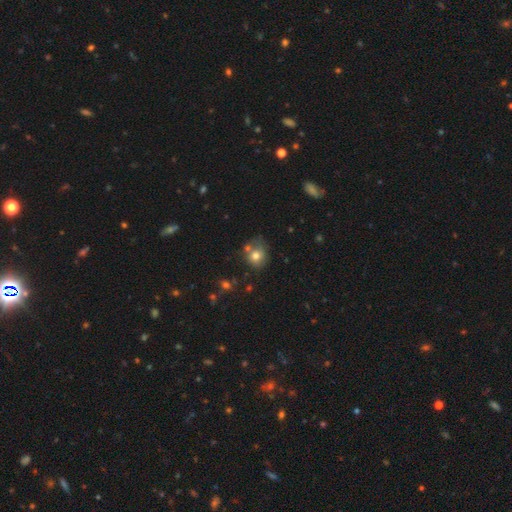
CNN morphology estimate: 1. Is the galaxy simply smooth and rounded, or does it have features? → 74% smooth, 14% featured or disk, 12% star or artifact.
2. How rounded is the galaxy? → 78% round, 21% in between, 1% cigar-shaped.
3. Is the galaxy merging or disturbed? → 53% none, 21% merger, 18% minor disturbance, 7% major disturbance.